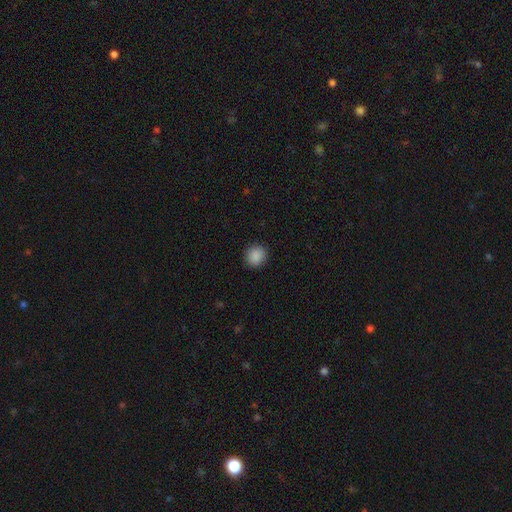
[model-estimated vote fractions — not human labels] smooth_or_featured: smooth (p=0.89) [alt: star or artifact p=0.09]
how_rounded: round (p=0.87) [alt: in between p=0.12]
merging: none (p=0.91) [alt: minor disturbance p=0.06]